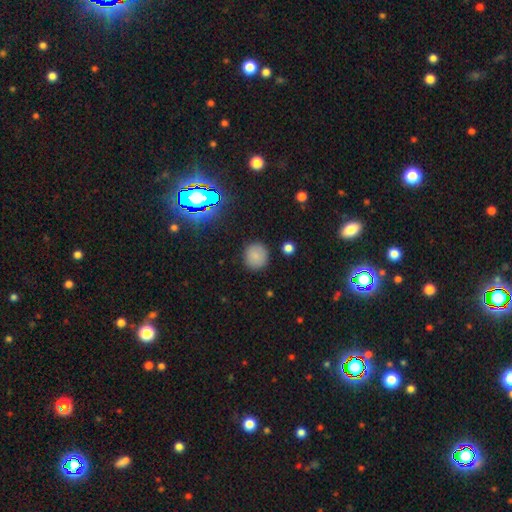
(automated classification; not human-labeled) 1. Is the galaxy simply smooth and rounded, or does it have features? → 81% smooth, 13% star or artifact, 6% featured or disk.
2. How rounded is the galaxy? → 92% round, 7% in between, 1% cigar-shaped.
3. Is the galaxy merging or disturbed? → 89% none, 7% minor disturbance, 2% major disturbance, 1% merger.